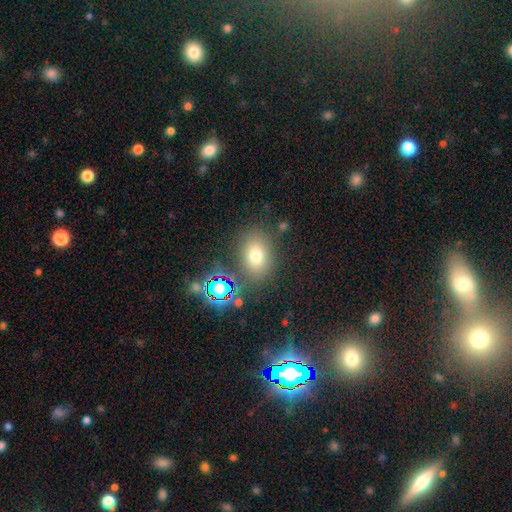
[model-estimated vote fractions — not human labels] Smooth or featured? Predicted: smooth (p=0.71). How rounded? Predicted: in between (p=0.63). Merging? Predicted: none (p=0.77).